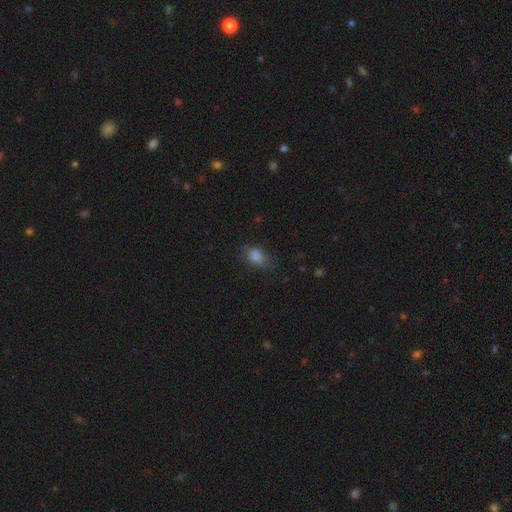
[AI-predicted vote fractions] The model was most divided on "merging": none: 62%, minor disturbance: 26%, major disturbance: 11%, merger: 2%. More confident: smooth or featured — smooth (80%); how rounded — in between (75%).